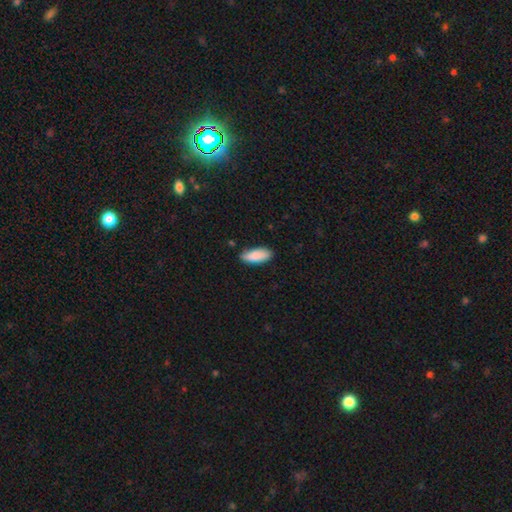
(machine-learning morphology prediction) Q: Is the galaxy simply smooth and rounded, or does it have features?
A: smooth — 88%.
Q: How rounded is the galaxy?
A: in between — 82%.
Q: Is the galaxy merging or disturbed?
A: none — 79%.